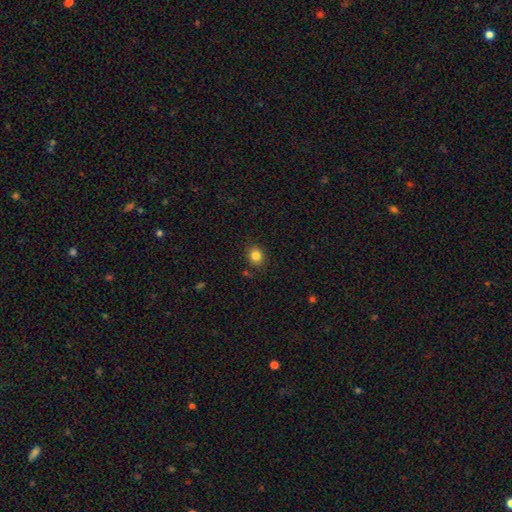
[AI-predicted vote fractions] A smooth galaxy with no disk features (83%) that is round (66%). Merging: none (86%).